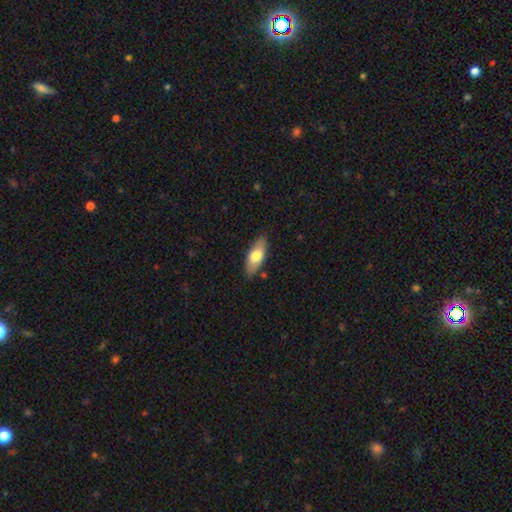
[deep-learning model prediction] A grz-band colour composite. It shows a smooth galaxy with no disk features (70%) that is in between round and cigar-shaped (78%). Merging: none (84%).